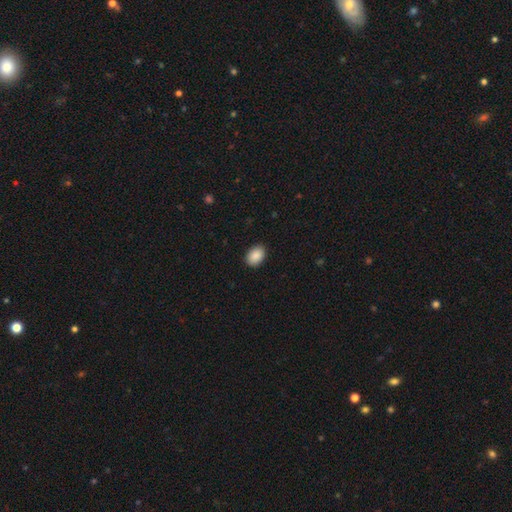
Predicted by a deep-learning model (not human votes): Smooth or featured? smooth (90%)
How rounded? in between (81%)
Merging? none (90%)